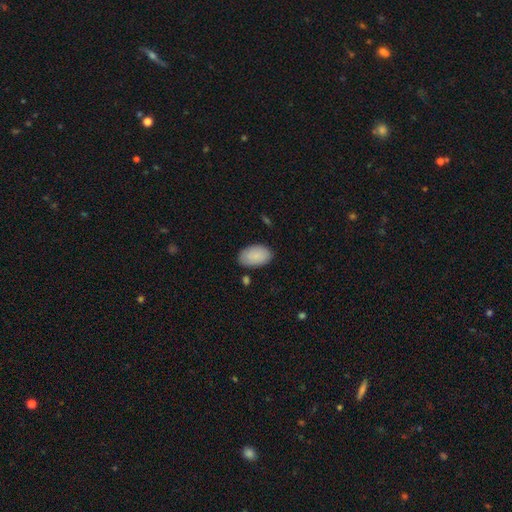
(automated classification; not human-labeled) smooth_or_featured: smooth (p=0.87) [alt: featured or disk p=0.07]
how_rounded: in between (p=0.94) [alt: round p=0.05]
merging: none (p=0.81) [alt: minor disturbance p=0.14]